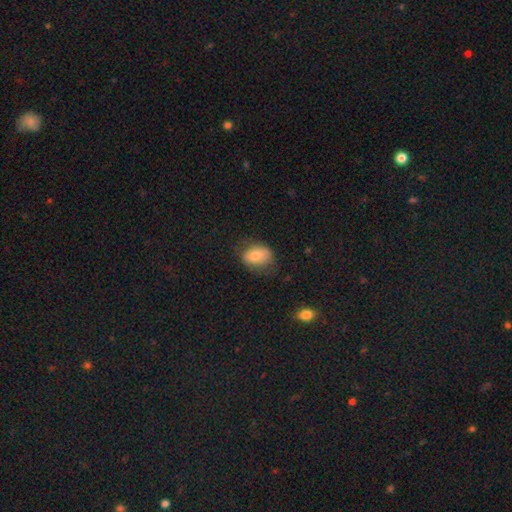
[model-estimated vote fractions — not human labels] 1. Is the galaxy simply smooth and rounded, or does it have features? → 71% smooth, 21% featured or disk, 8% star or artifact.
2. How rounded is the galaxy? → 73% in between, 26% round, 1% cigar-shaped.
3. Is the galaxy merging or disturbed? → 62% none, 25% minor disturbance, 11% major disturbance, 1% merger.